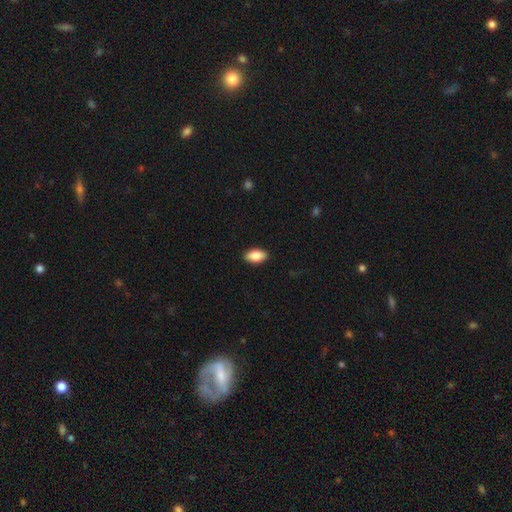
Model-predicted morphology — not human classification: Smooth or featured?
  - smooth: 86% *
  - featured or disk: 7%
  - star or artifact: 7%
How rounded?
  - in between: 93% *
  - round: 3%
  - cigar-shaped: 3%
Merging?
  - none: 90% *
  - minor disturbance: 7%
  - major disturbance: 2%
  - merger: 1%